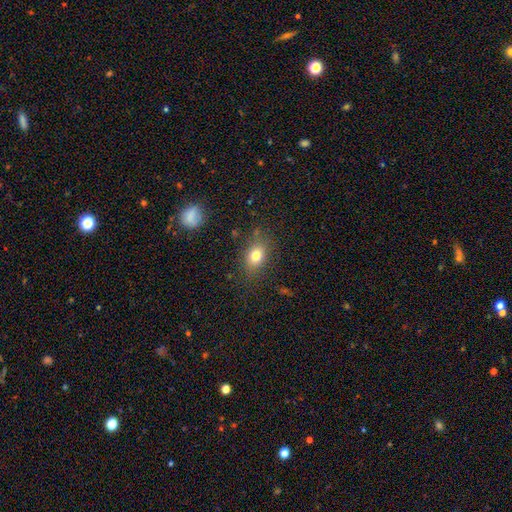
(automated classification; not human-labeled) Morphology: type=smooth (78%); roundness=in between (71%); merging=none (79%).